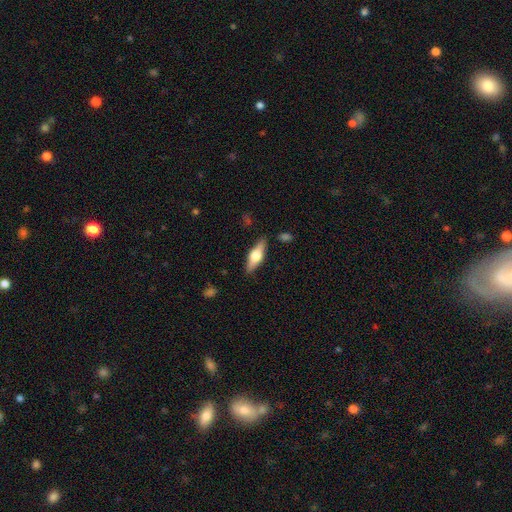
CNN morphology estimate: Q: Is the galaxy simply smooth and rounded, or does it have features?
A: featured or disk — 54%.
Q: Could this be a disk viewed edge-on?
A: yes — 93%.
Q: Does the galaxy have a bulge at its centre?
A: rounded — 92%.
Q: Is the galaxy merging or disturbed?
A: none — 86%.